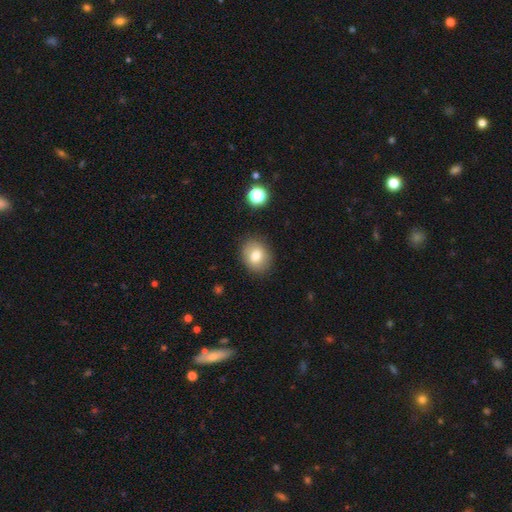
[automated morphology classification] Overall: smooth (78%). How rounded: round (53%; in between 46%). Merging: none (84%).